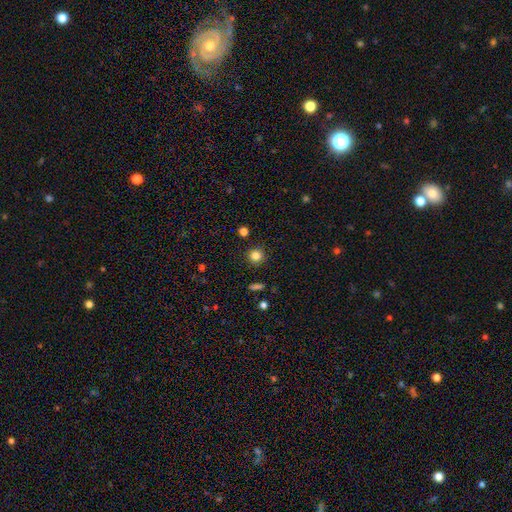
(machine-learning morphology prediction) A smooth galaxy with no disk features (82%) that is round (93%).

Vote fractions:
- Smooth or featured? smooth: 82% / star or artifact: 12% / featured or disk: 6%
- How rounded? round: 93% / in between: 6% / cigar-shaped: 1%
- Merging? none: 91% / minor disturbance: 6% / major disturbance: 2% / merger: 1%